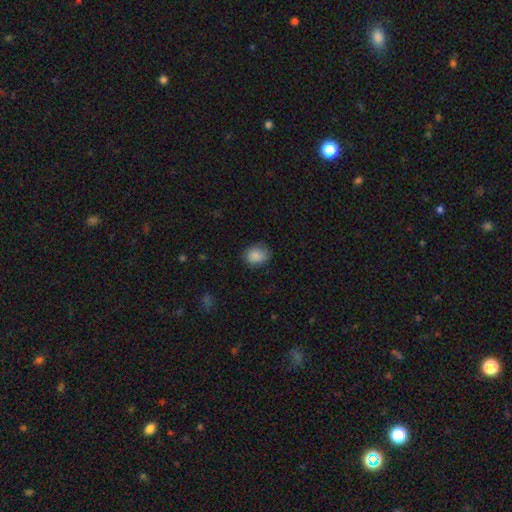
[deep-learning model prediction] Smooth or featured?
  - smooth: 87% *
  - star or artifact: 8%
  - featured or disk: 5%
How rounded?
  - round: 52% *
  - in between: 48%
  - cigar-shaped: 1%
Merging?
  - none: 73% *
  - minor disturbance: 21%
  - major disturbance: 5%
  - merger: 1%